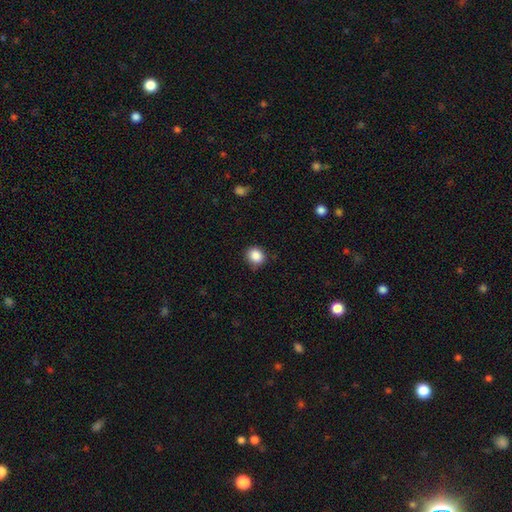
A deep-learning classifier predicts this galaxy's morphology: This appears to be a smooth galaxy with no disk features (87%) that is round (83%). Merging: none (84%).